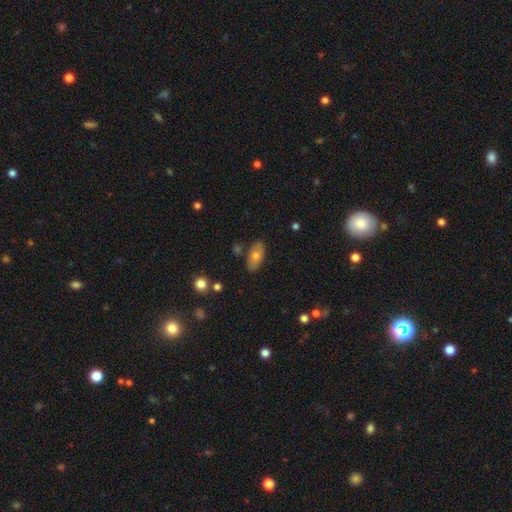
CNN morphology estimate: smooth_or_featured: smooth (p=0.68) [alt: featured or disk p=0.24]
how_rounded: in between (p=0.89) [alt: cigar-shaped p=0.07]
merging: none (p=0.83) [alt: minor disturbance p=0.12]